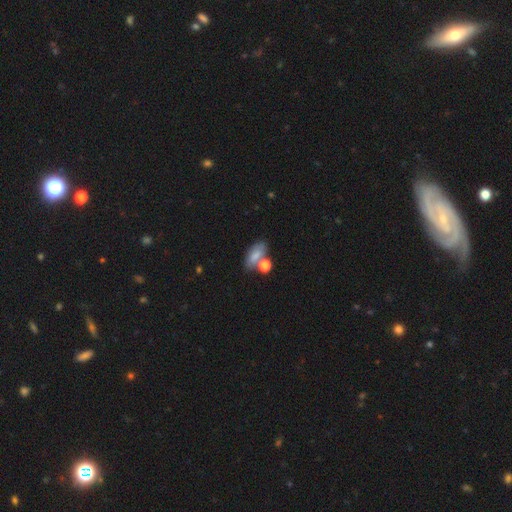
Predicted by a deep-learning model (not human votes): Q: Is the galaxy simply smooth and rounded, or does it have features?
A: smooth — 74%.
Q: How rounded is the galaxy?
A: in between — 83%.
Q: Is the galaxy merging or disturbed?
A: none — 46%.